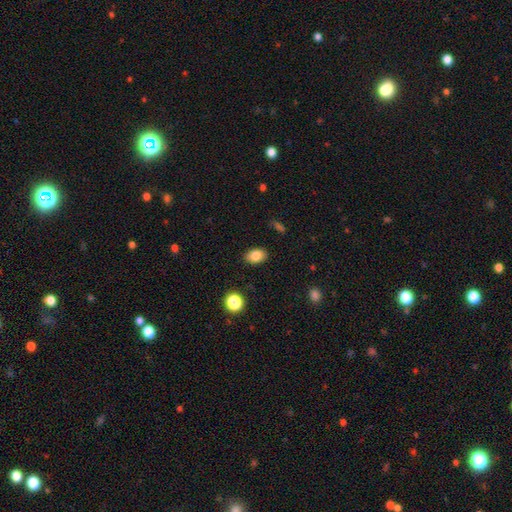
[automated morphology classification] smooth 84%, star or artifact 9%, featured or disk 7%. Down the decision tree: how rounded — in between (84%); merging — none (87%).